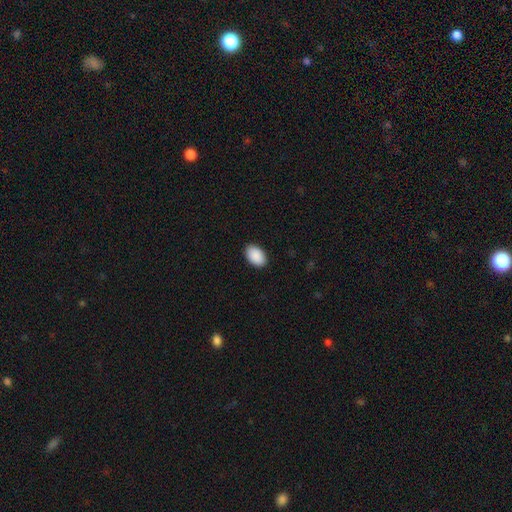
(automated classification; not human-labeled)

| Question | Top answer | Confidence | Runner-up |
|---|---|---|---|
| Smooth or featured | smooth | 91% | star or artifact (6%) |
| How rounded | in between | 92% | round (7%) |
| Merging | none | 89% | minor disturbance (8%) |